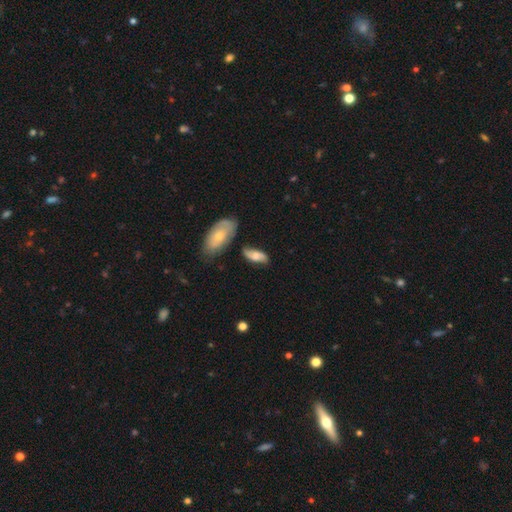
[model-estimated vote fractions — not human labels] smooth 59%, featured or disk 34%, star or artifact 8%. Down the decision tree: how rounded — in between (81%); merging — none (65%).